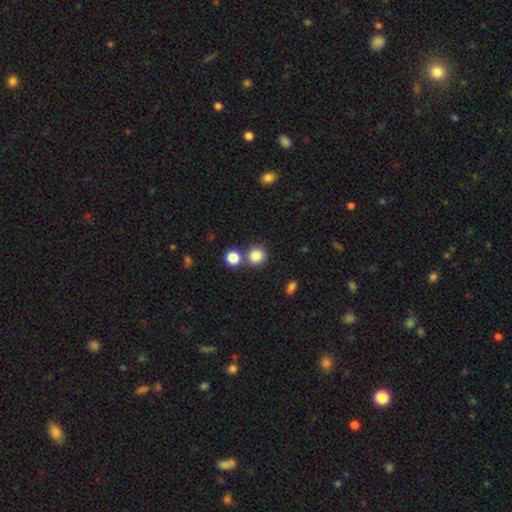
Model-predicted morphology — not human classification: Overall: smooth (85%). How rounded: round (88%). Merging: none (70%).